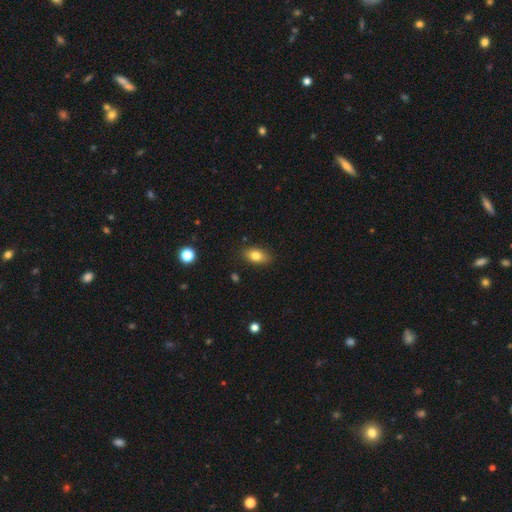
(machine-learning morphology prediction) Q: Smooth or featured?
A: smooth (80%); runner-up: featured or disk (12%)
Q: How rounded?
A: in between (86%); runner-up: round (10%)
Q: Merging?
A: none (85%); runner-up: minor disturbance (11%)